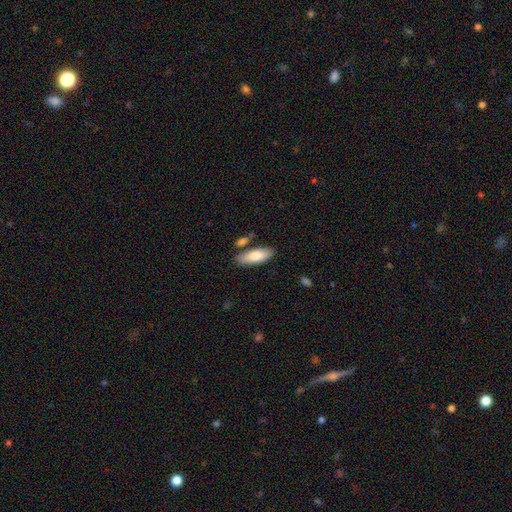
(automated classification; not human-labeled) Smooth or featured: smooth — 83% (featured or disk — 12%)
How rounded: in between — 75% (cigar-shaped — 23%)
Merging: none — 73% (minor disturbance — 13%)